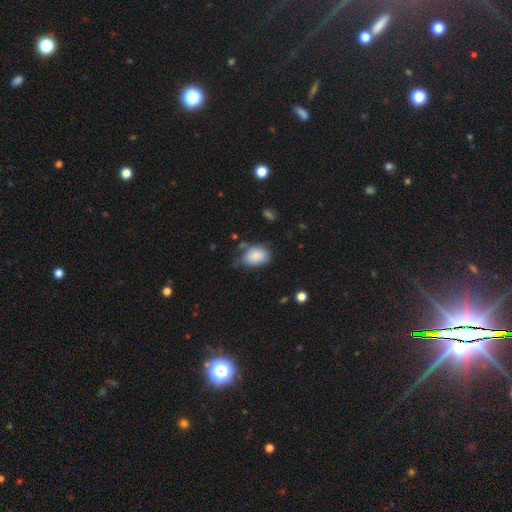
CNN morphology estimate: Smooth or featured?
  - smooth: 83% *
  - featured or disk: 9%
  - star or artifact: 8%
How rounded?
  - in between: 79% *
  - round: 20%
  - cigar-shaped: 1%
Merging?
  - none: 44% *
  - minor disturbance: 38%
  - major disturbance: 13%
  - merger: 5%